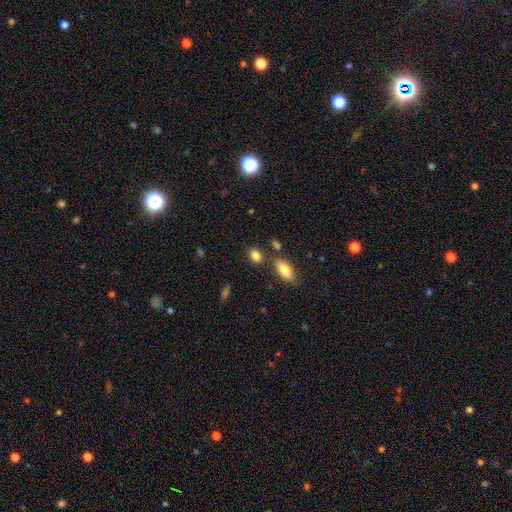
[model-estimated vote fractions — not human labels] Smooth or featured: smooth — 84% (star or artifact — 9%)
How rounded: in between — 72% (round — 23%)
Merging: none — 72% (minor disturbance — 13%)